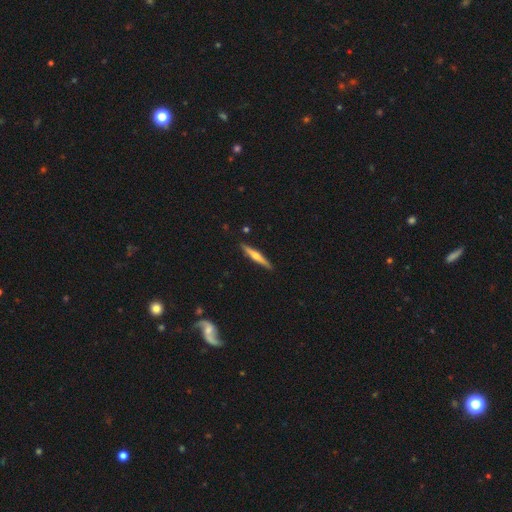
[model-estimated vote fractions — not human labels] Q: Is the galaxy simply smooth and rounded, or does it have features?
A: featured or disk — 62%.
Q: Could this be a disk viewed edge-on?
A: yes — 97%.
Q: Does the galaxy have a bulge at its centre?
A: rounded — 84%.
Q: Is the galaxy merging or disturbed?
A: none — 90%.